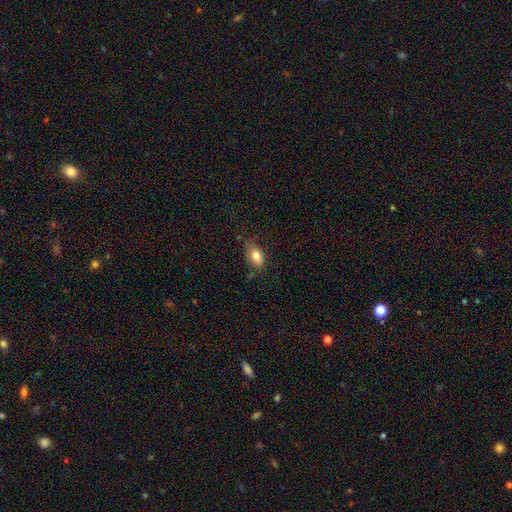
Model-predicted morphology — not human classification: Smooth or featured: smooth — 80% (featured or disk — 12%)
How rounded: in between — 89% (round — 8%)
Merging: none — 67% (minor disturbance — 25%)